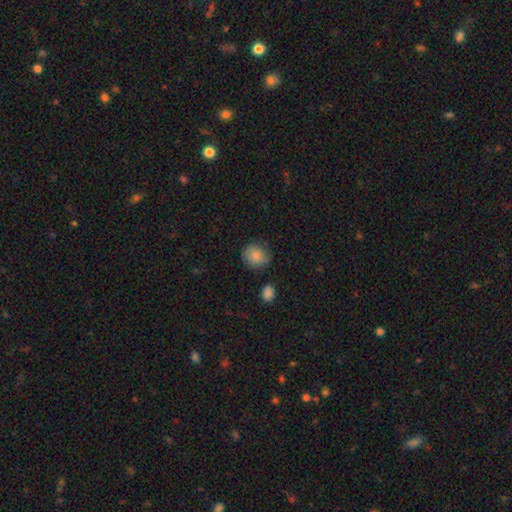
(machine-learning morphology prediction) Overall: smooth (84%). How rounded: round (83%). Merging: none (77%).